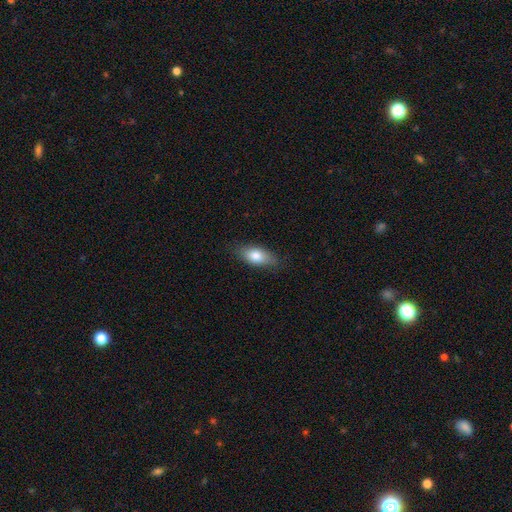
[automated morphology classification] A smooth galaxy with no disk features (79%) that is in between round and cigar-shaped (84%). Merging: none (81%).